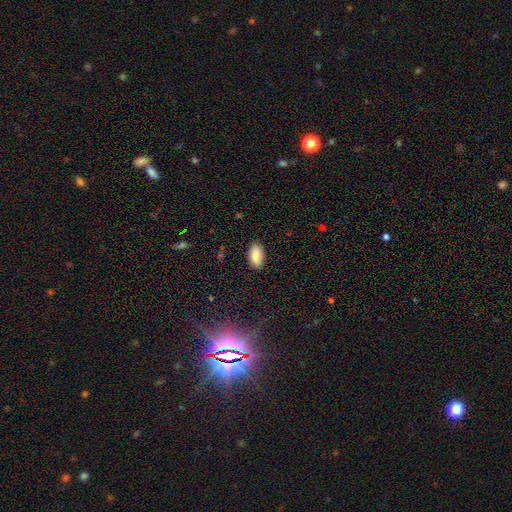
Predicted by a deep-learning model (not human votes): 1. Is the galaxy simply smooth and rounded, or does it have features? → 83% smooth, 9% featured or disk, 8% star or artifact.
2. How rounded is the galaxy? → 93% in between, 4% cigar-shaped, 3% round.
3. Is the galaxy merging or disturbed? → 84% none, 12% minor disturbance, 2% major disturbance, 1% merger.